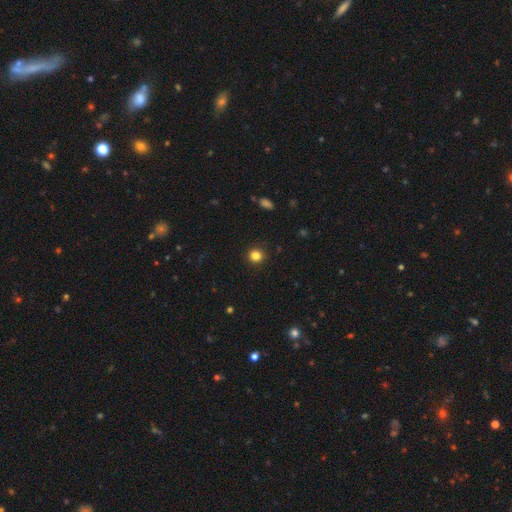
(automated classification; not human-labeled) A smooth galaxy with no disk features (83%) that is round (92%).

Vote fractions:
- Smooth or featured? smooth: 83% / star or artifact: 13% / featured or disk: 4%
- How rounded? round: 92% / in between: 8% / cigar-shaped: 1%
- Merging? none: 91% / minor disturbance: 6% / major disturbance: 2% / merger: 1%